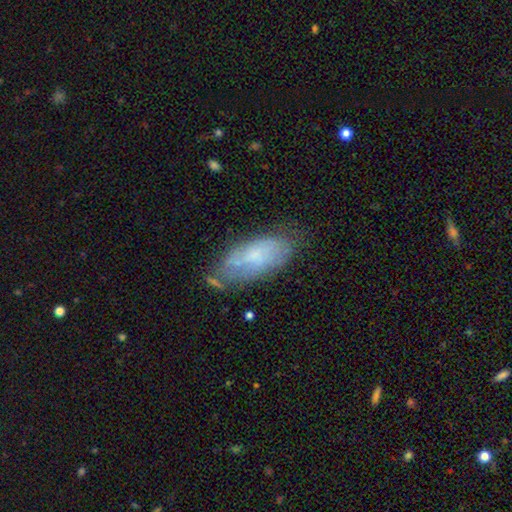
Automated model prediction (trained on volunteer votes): The model was most divided on "smooth or featured": smooth: 49%, featured or disk: 43%, star or artifact: 8%. More confident: merging — none (55%).